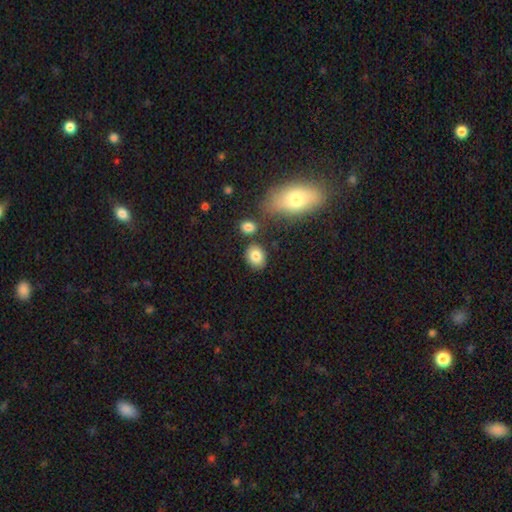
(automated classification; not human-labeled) The model was most divided on "how rounded": in between: 54%, round: 44%, cigar-shaped: 1%. More confident: smooth or featured — smooth (83%); merging — none (79%).